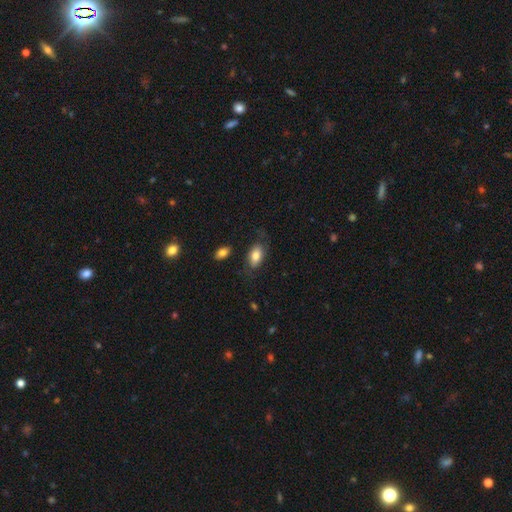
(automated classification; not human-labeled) The model was most divided on "merging": none: 69%, minor disturbance: 19%, major disturbance: 10%, merger: 3%. More confident: how rounded — in between (91%); smooth or featured — smooth (77%).